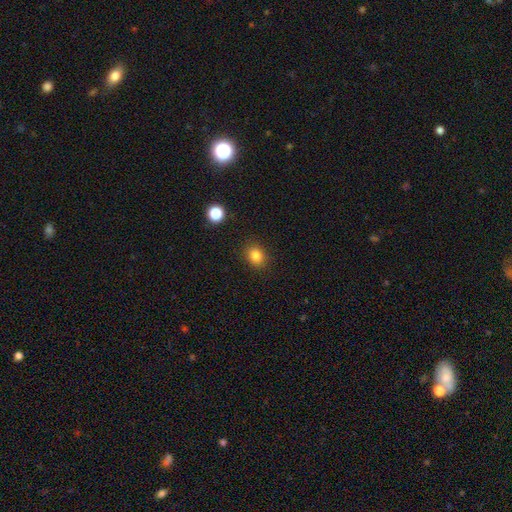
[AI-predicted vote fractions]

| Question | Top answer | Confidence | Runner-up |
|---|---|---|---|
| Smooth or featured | smooth | 83% | star or artifact (11%) |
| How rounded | round | 54% | in between (45%) |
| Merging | none | 87% | minor disturbance (9%) |